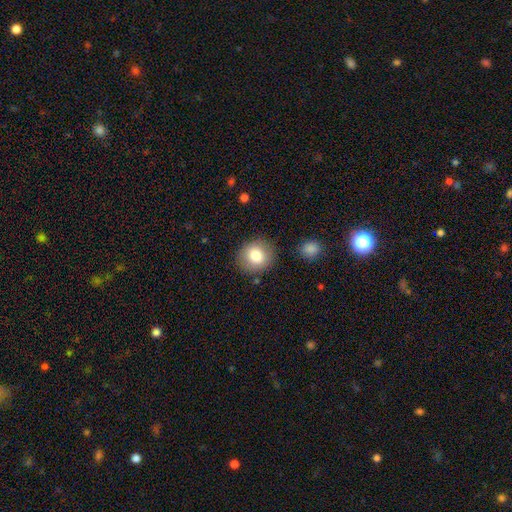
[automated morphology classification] smooth-or-featured: smooth: 80% | featured or disk: 10% | star or artifact: 9%
  how-rounded: round: 84% | in between: 15% | cigar-shaped: 1%
  merging: none: 84% | minor disturbance: 10% | major disturbance: 3% | merger: 3%